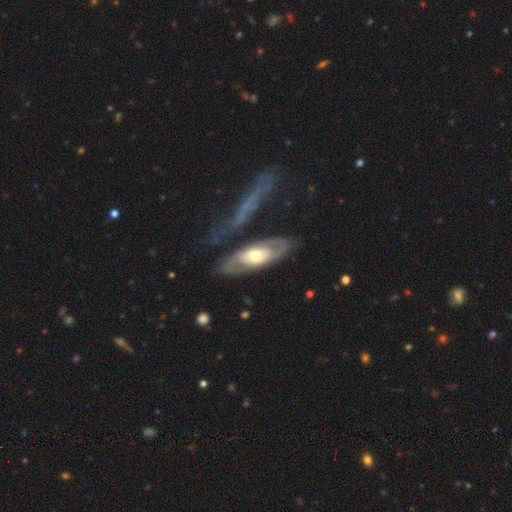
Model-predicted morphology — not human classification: smooth_or_featured: featured or disk (p=0.71) [alt: smooth p=0.25]
disk_edge_on: no (p=0.84) [alt: yes p=0.16]
bar: no (p=0.76) [alt: weak p=0.17]
has_spiral_arms: yes (p=0.53) [alt: no p=0.47]
bulge_size: moderate (p=0.68) [alt: small p=0.18]
merging: none (p=0.68) [alt: minor disturbance p=0.17]